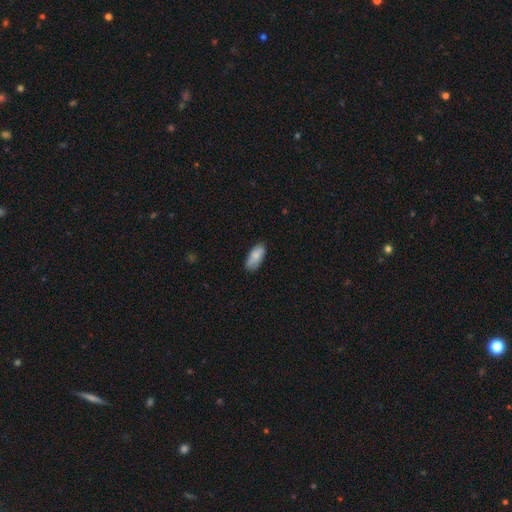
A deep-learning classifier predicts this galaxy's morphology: Smooth or featured: smooth — 81% (featured or disk — 13%)
How rounded: in between — 86% (cigar-shaped — 12%)
Merging: none — 77% (minor disturbance — 19%)